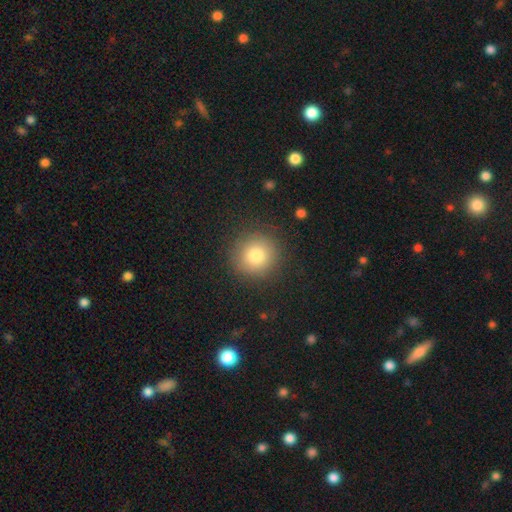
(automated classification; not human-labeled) The model was most divided on "smooth or featured": smooth: 78%, star or artifact: 12%, featured or disk: 10%. More confident: how rounded — round (93%); merging — none (88%).